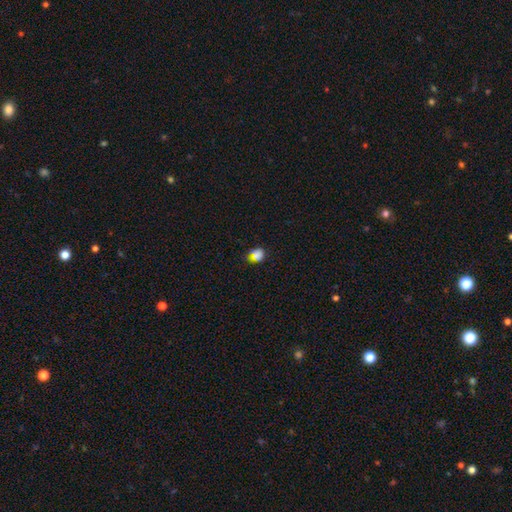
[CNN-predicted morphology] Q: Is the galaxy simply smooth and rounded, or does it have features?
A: smooth — 74%.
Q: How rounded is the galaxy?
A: round — 56%.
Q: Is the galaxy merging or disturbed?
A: none — 56%.